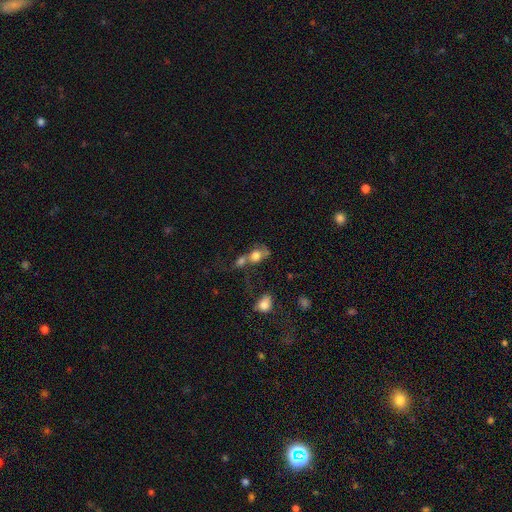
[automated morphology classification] smooth-or-featured: smooth: 67% | featured or disk: 21% | star or artifact: 12%
  how-rounded: in between: 55% | round: 41% | cigar-shaped: 4%
  merging: merger: 60% | none: 19% | major disturbance: 11% | minor disturbance: 9%